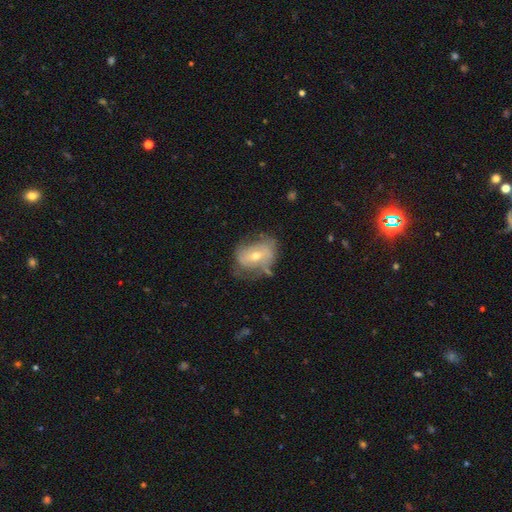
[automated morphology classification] This is possibly a featured or disk galaxy (57%). It is clearly not viewed edge-on (94%). Bar: possibly no (48%). Spiral arm pattern: possibly yes (59%). Central bulge: possibly moderate (57%). Merging: possibly none (47%).